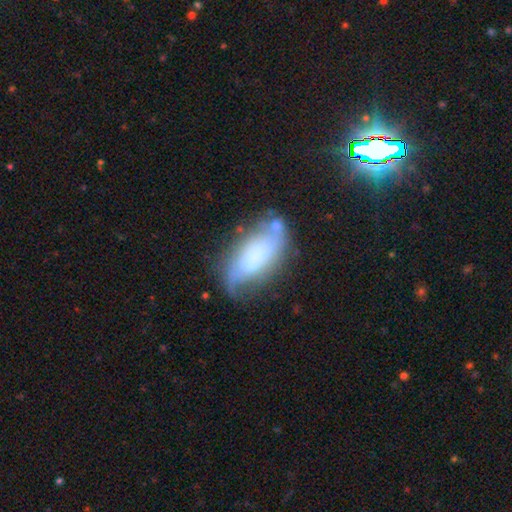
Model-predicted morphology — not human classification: A smooth galaxy with no disk features (47%).

Vote fractions:
- Smooth or featured? smooth: 47% / featured or disk: 44% / star or artifact: 9%
- Merging? none: 48% / minor disturbance: 28% / major disturbance: 15% / merger: 9%